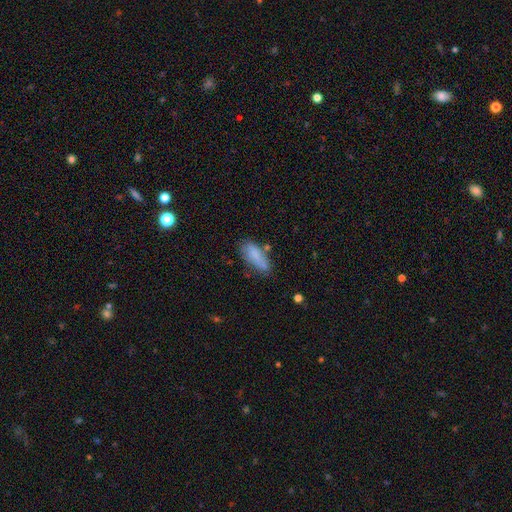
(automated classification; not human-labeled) Overall: smooth (75%). How rounded: in between (74%). Merging: none (61%; minor disturbance 25%).